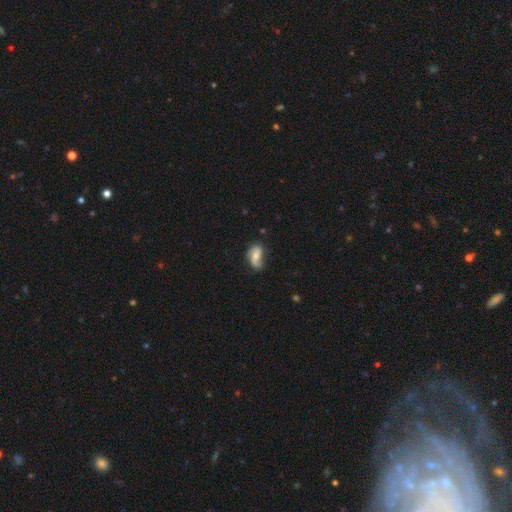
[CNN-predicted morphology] Smooth or featured?
  - featured or disk: 52% *
  - smooth: 40%
  - star or artifact: 8%
Edge-on disk?
  - no: 96% *
  - yes: 4%
Merging?
  - none: 47% *
  - minor disturbance: 33%
  - major disturbance: 16%
  - merger: 3%